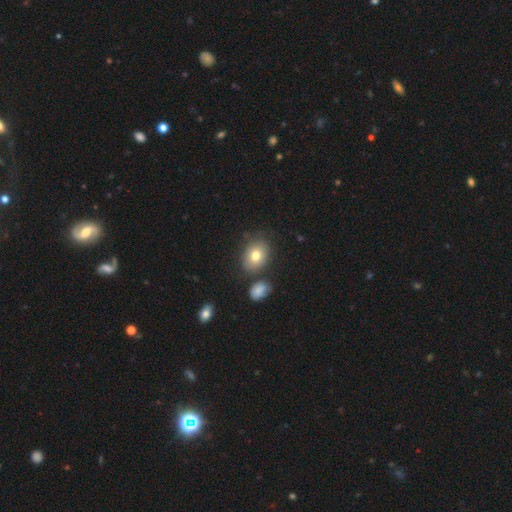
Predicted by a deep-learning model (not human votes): This is likely a smooth galaxy (76%). How rounded: likely in between (61%). Merging: likely none (73%).